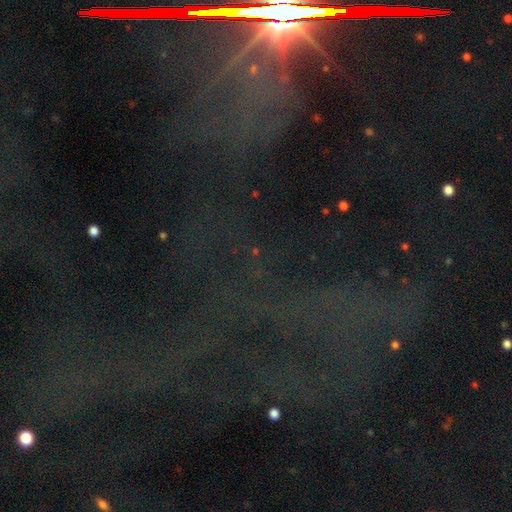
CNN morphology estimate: type=star or artifact (75%).